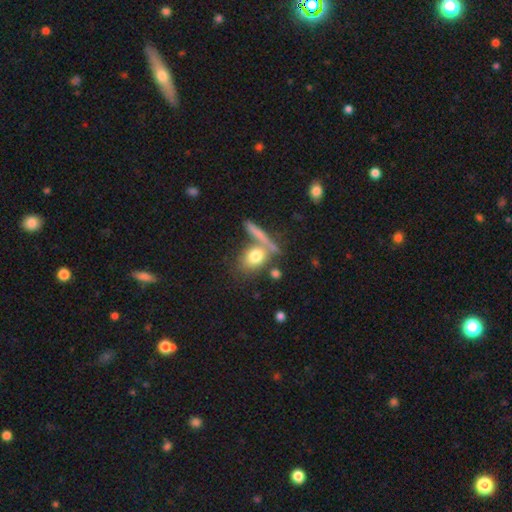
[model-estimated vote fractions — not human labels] smooth_or_featured: smooth (p=0.75) [alt: featured or disk p=0.16]
how_rounded: in between (p=0.47) [alt: round p=0.44]
merging: none (p=0.54) [alt: merger p=0.26]